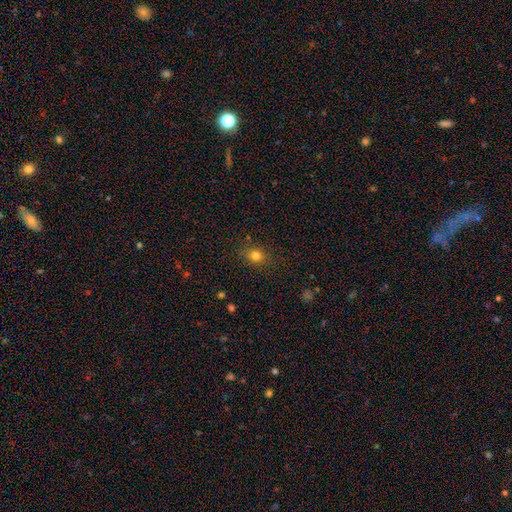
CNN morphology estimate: Smooth or featured?
  - smooth: 79% *
  - star or artifact: 14%
  - featured or disk: 7%
How rounded?
  - round: 69% *
  - in between: 30%
  - cigar-shaped: 1%
Merging?
  - none: 84% *
  - minor disturbance: 11%
  - major disturbance: 3%
  - merger: 1%